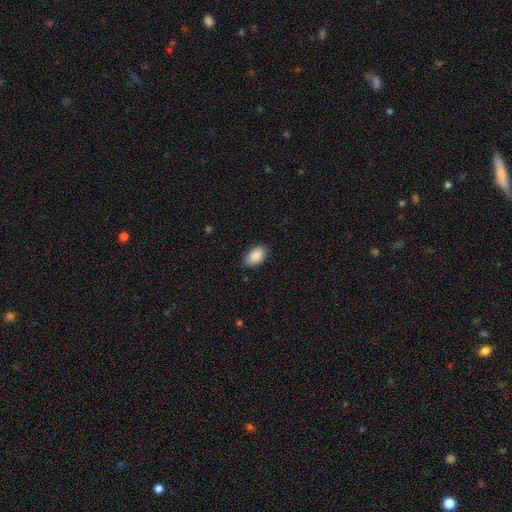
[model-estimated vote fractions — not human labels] A smooth galaxy with no disk features (89%) that is in between round and cigar-shaped (90%). Merging: none (80%).